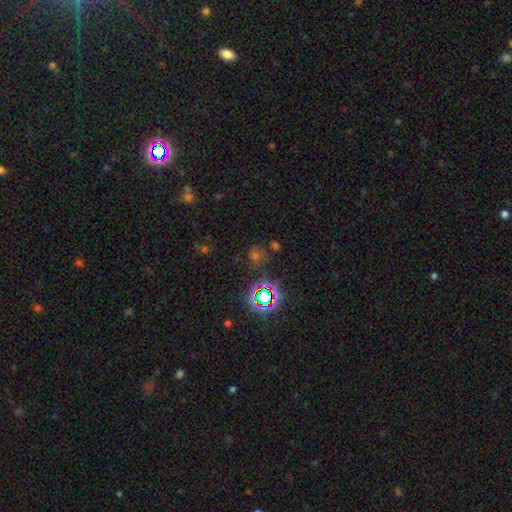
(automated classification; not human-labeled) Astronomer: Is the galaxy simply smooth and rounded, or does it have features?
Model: star or artifact — 55% (runner-up: smooth, 37%).